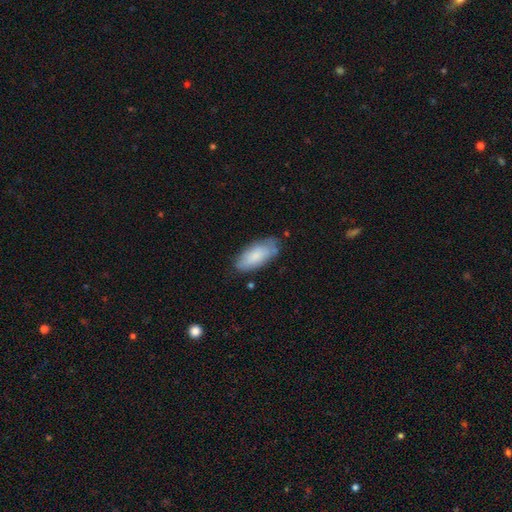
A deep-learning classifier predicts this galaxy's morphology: This appears to be a smooth galaxy with no disk features (79%) that is in between round and cigar-shaped (86%). Merging: none (68%).